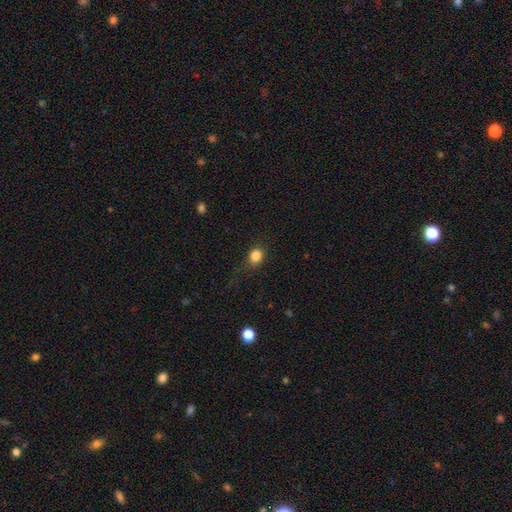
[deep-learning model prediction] Smooth or featured? smooth (85%)
How rounded? round (60%)
Merging? none (78%)